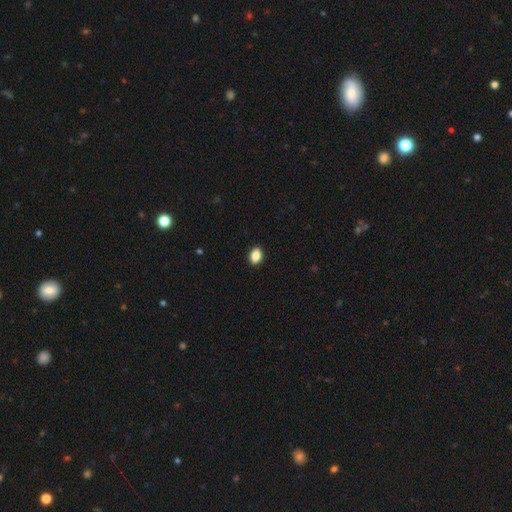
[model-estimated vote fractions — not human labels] Smooth or featured?
  - smooth: 86% *
  - star or artifact: 8%
  - featured or disk: 5%
How rounded?
  - in between: 79% *
  - round: 19%
  - cigar-shaped: 2%
Merging?
  - none: 91% *
  - minor disturbance: 7%
  - major disturbance: 2%
  - merger: 1%